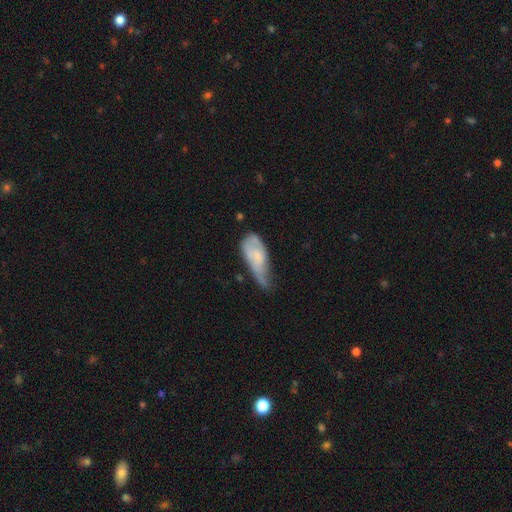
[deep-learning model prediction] A smooth galaxy with no disk features (54%) that is in between round and cigar-shaped (79%).

Vote fractions:
- Smooth or featured? smooth: 54% / featured or disk: 39% / star or artifact: 7%
- How rounded? in between: 79% / cigar-shaped: 19% / round: 3%
- Merging? minor disturbance: 44% / major disturbance: 30% / none: 22% / merger: 5%